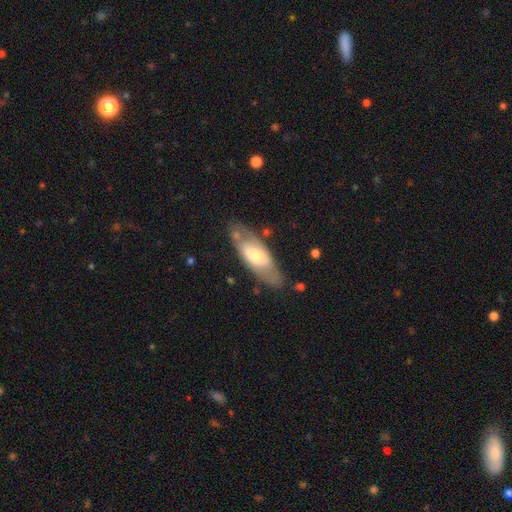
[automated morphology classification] Smooth or featured? smooth (50%)
How rounded? in between (72%)
Merging? none (70%)